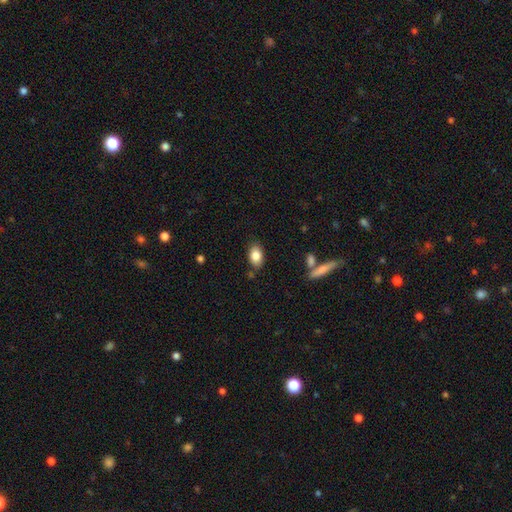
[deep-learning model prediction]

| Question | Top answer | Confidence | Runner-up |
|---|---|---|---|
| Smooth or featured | smooth | 84% | featured or disk (9%) |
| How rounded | in between | 89% | round (9%) |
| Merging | none | 82% | minor disturbance (12%) |